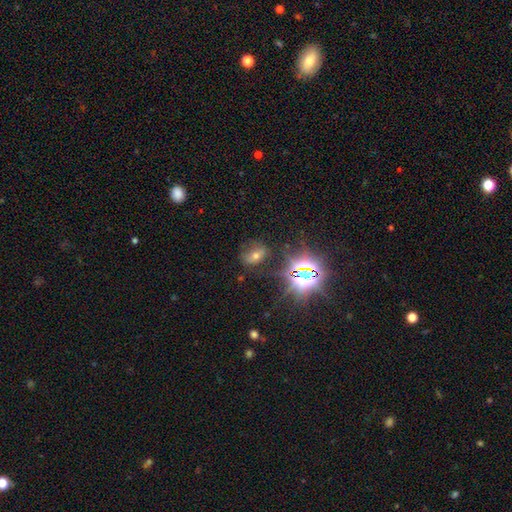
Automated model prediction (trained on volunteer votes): smooth-or-featured: star or artifact: 43% | smooth: 37% | featured or disk: 20%